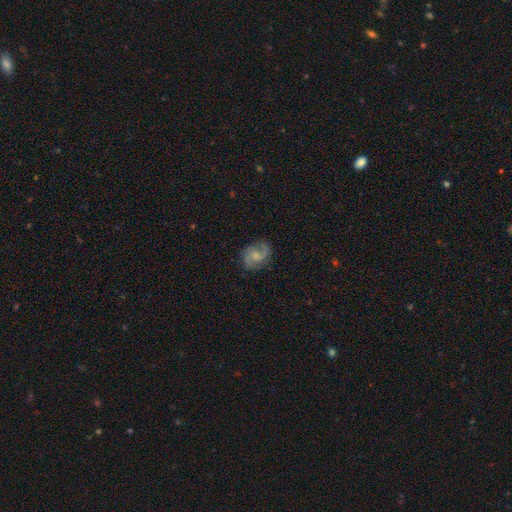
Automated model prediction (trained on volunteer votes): featured or disk 74%, smooth 19%, star or artifact 7%. Down the decision tree: edge-on disk — no (98%); bar — no (57%); spiral arms — yes (94%); spiral arm count — 2 (89%); spiral winding — medium (53%); bulge size — small (47%); merging — none (79%).